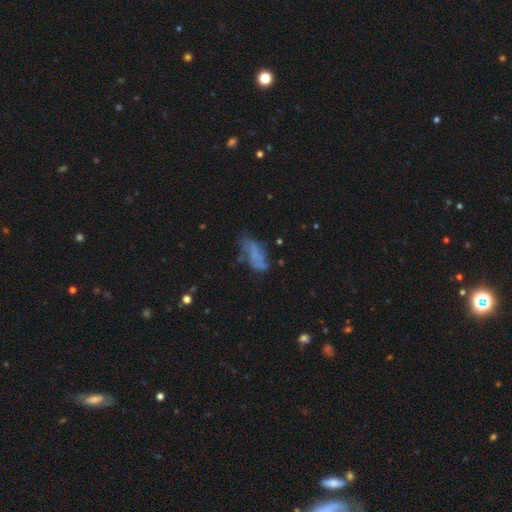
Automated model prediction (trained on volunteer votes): Smooth or featured?
  - smooth: 50% *
  - featured or disk: 36%
  - star or artifact: 14%
Merging?
  - none: 38% *
  - minor disturbance: 28%
  - major disturbance: 26%
  - merger: 7%